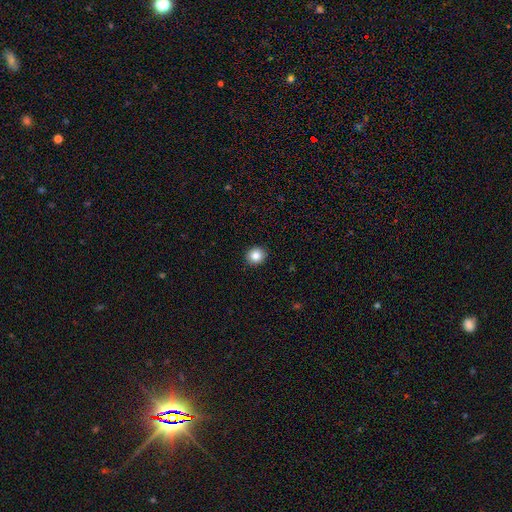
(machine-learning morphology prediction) Smooth or featured? Predicted: smooth (p=0.85). How rounded? Predicted: round (p=0.83). Merging? Predicted: none (p=0.92).